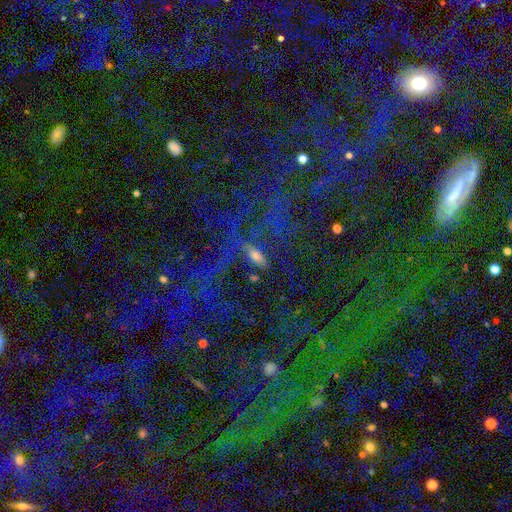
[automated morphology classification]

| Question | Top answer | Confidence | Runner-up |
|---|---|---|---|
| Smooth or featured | smooth | 42% | star or artifact (37%) |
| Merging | none | 64% | minor disturbance (16%) |